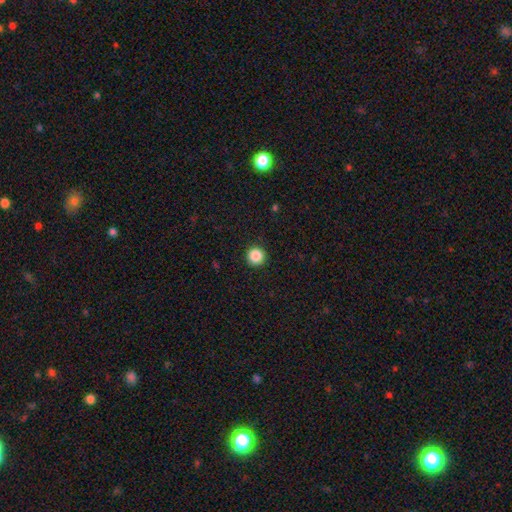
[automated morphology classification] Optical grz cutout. It shows a smooth galaxy with no disk features (88%) that is round (96%). Merging: none (93%).